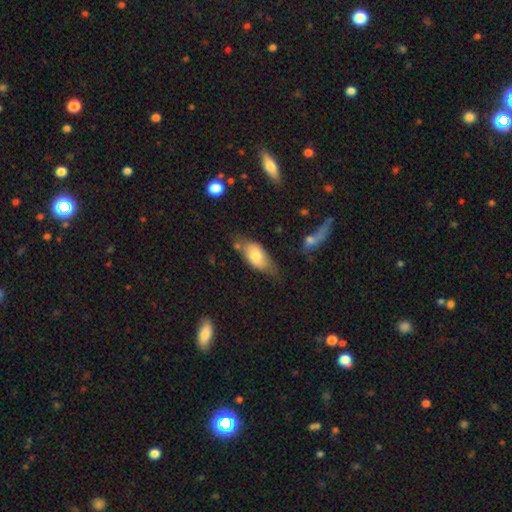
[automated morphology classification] smooth_or_featured: smooth (p=0.71) [alt: featured or disk p=0.22]
how_rounded: in between (p=0.87) [alt: cigar-shaped p=0.09]
merging: none (p=0.49) [alt: minor disturbance p=0.31]